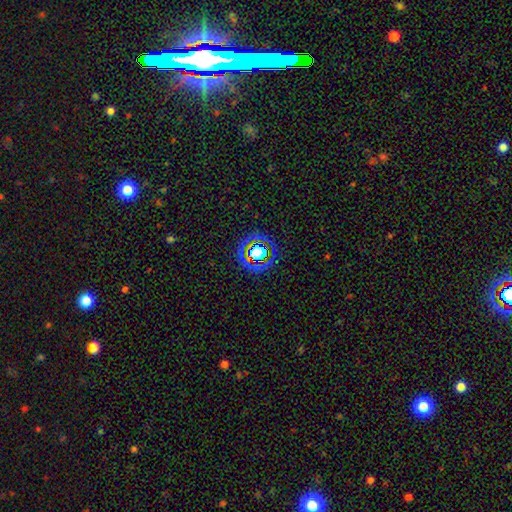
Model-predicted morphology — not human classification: smooth-or-featured: star or artifact: 54% | smooth: 33% | featured or disk: 13%